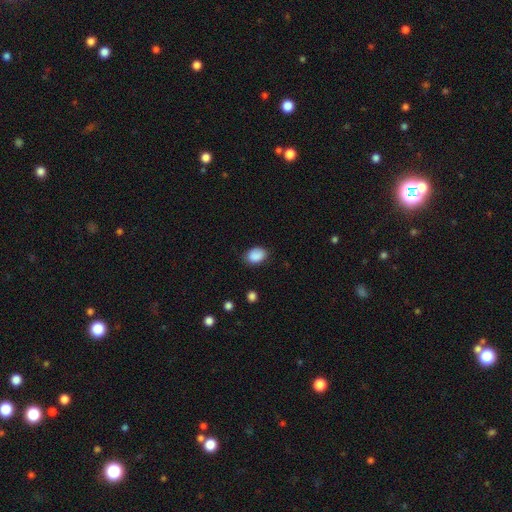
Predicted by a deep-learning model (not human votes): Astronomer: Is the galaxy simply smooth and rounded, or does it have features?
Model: smooth — 89%.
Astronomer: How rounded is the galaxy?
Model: in between — 77%.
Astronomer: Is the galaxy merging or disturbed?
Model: none — 80%.